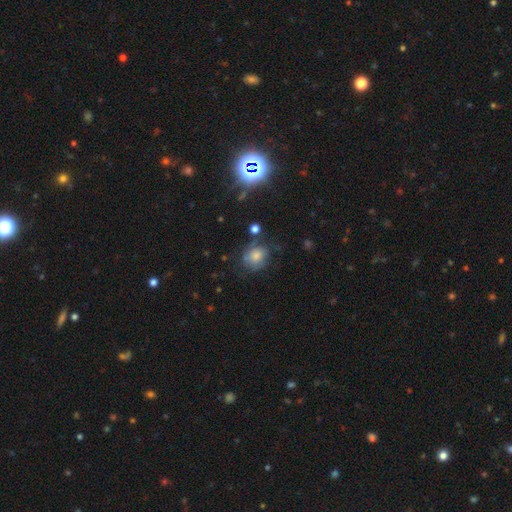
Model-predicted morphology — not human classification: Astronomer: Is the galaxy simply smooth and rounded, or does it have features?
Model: smooth — 67%.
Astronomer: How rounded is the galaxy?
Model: round — 61% (runner-up: in between, 38%).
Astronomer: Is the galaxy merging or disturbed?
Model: none — 54%.